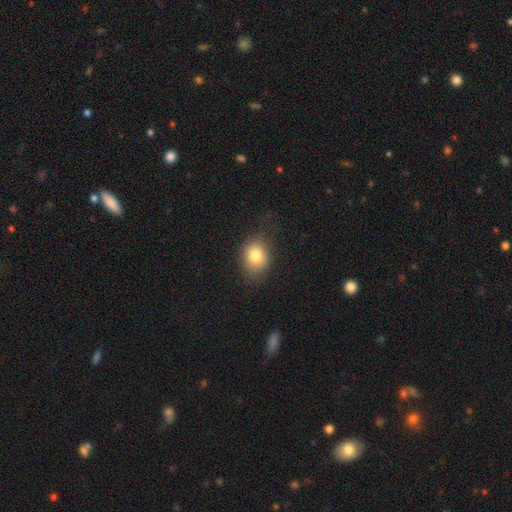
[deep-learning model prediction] The model was most divided on "how rounded": in between: 53%, round: 46%, cigar-shaped: 1%. More confident: smooth or featured — smooth (79%); merging — none (73%).